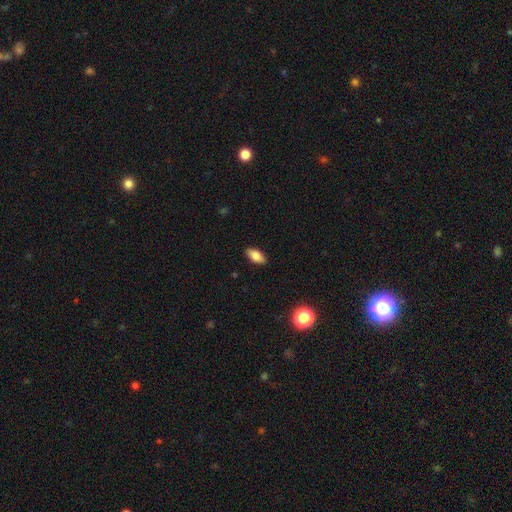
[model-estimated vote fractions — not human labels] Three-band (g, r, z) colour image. It shows a smooth galaxy with no disk features (80%) that is in between round and cigar-shaped (89%). Merging: none (88%).